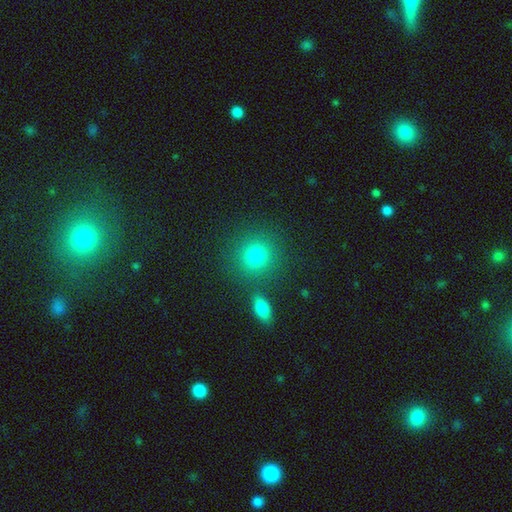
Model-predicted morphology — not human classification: Smooth or featured? Predicted: smooth (p=0.80). How rounded? Predicted: round (p=0.87). Merging? Predicted: none (p=0.78).